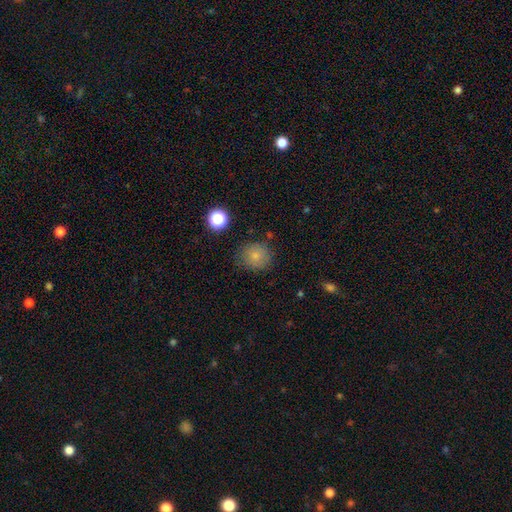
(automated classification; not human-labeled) Smooth or featured: smooth — 79% (star or artifact — 12%)
How rounded: round — 86% (in between — 13%)
Merging: none — 78% (minor disturbance — 15%)